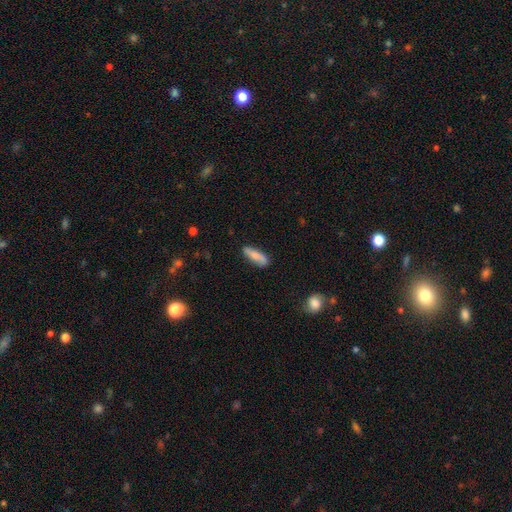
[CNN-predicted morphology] A smooth galaxy with no disk features (76%) that is cigar-shaped (58%).

Vote fractions:
- Smooth or featured? smooth: 76% / featured or disk: 18% / star or artifact: 6%
- How rounded? cigar-shaped: 58% / in between: 40% / round: 2%
- Merging? none: 80% / minor disturbance: 15% / major disturbance: 3% / merger: 2%